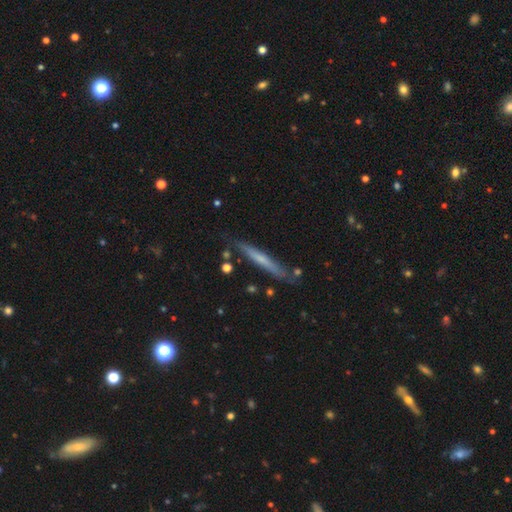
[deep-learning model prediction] Smooth or featured?
  - featured or disk: 53% *
  - smooth: 37%
  - star or artifact: 9%
Edge-on disk?
  - yes: 93% *
  - no: 7%
Merging?
  - none: 83% *
  - minor disturbance: 12%
  - merger: 3%
  - major disturbance: 2%